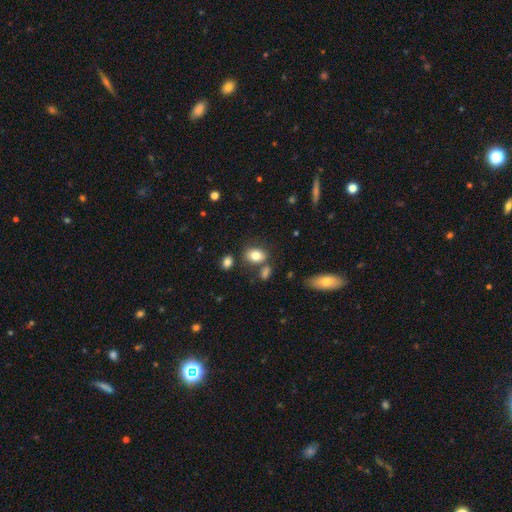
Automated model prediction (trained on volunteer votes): smooth 81%, featured or disk 10%, star or artifact 9%. Down the decision tree: how rounded — in between (79%); merging — none (70%).